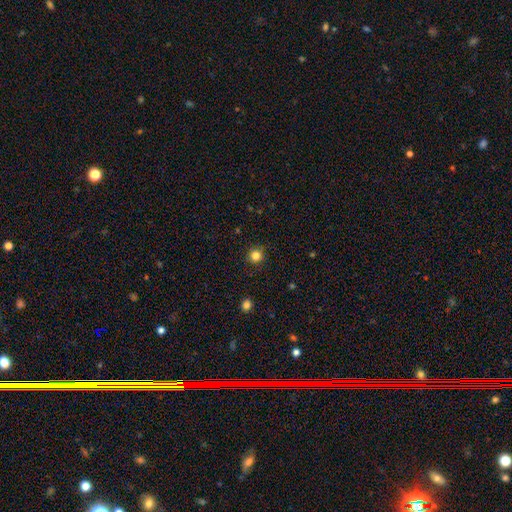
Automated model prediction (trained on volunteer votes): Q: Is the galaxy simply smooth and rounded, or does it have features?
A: smooth — 83%.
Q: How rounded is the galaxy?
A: round — 94%.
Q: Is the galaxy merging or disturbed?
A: none — 91%.